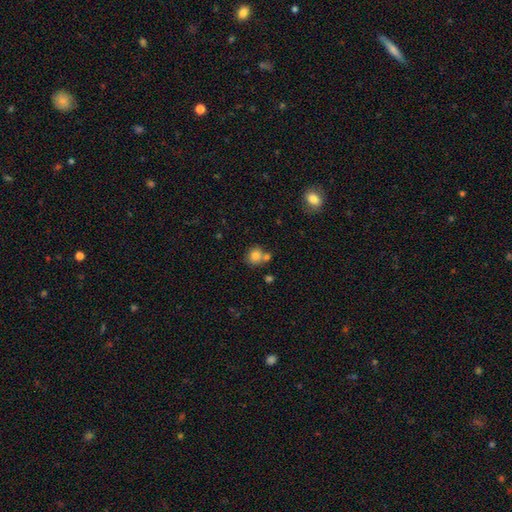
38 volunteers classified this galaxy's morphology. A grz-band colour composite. It shows a smooth galaxy with no disk features (84%) that is round (94%). Merging: none (56%).